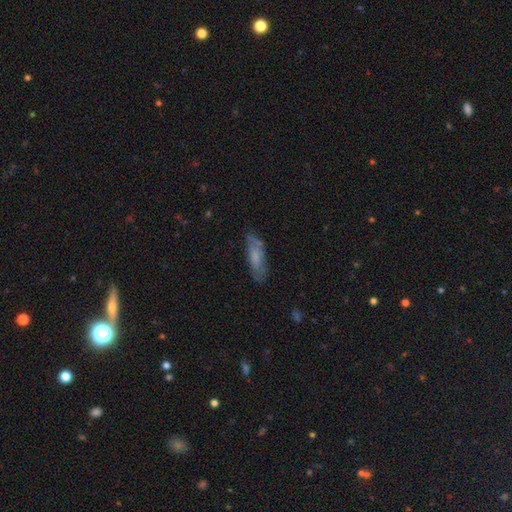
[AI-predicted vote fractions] smooth_or_featured: smooth (p=0.59) [alt: featured or disk p=0.33]
how_rounded: cigar-shaped (p=0.51) [alt: in between p=0.47]
merging: none (p=0.71) [alt: minor disturbance p=0.20]